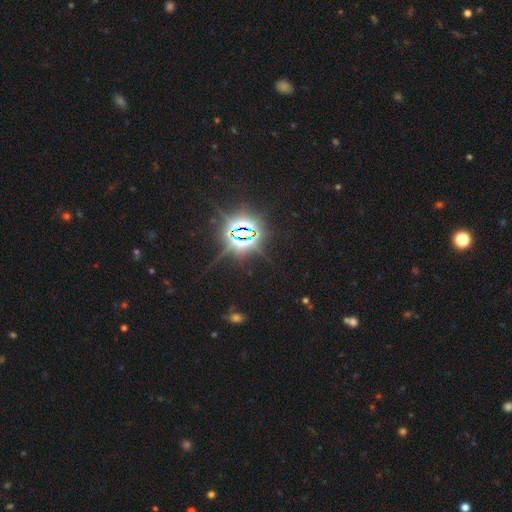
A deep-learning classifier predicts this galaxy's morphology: The model was most divided on "smooth or featured": star or artifact: 85%, smooth: 9%, featured or disk: 6%.